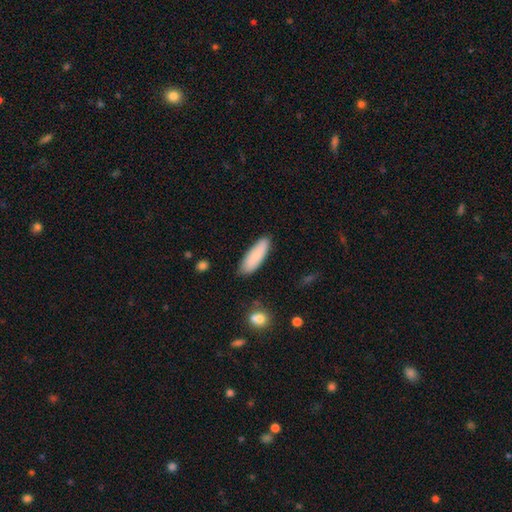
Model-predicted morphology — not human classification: The model was most divided on "how rounded": in between: 55%, cigar-shaped: 43%, round: 2%. More confident: smooth or featured — smooth (85%); merging — none (84%).